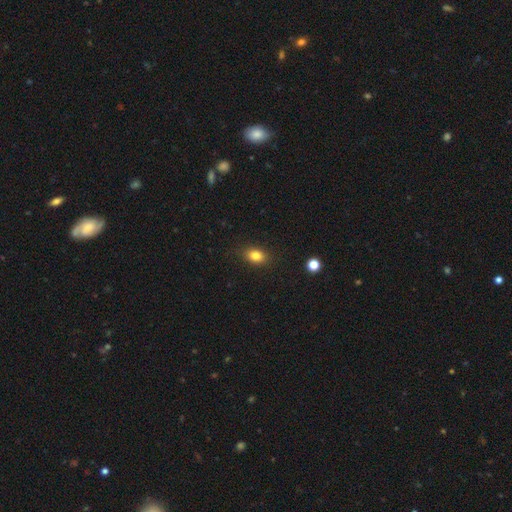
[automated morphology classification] Overall: smooth (82%). How rounded: in between (73%). Merging: none (86%).